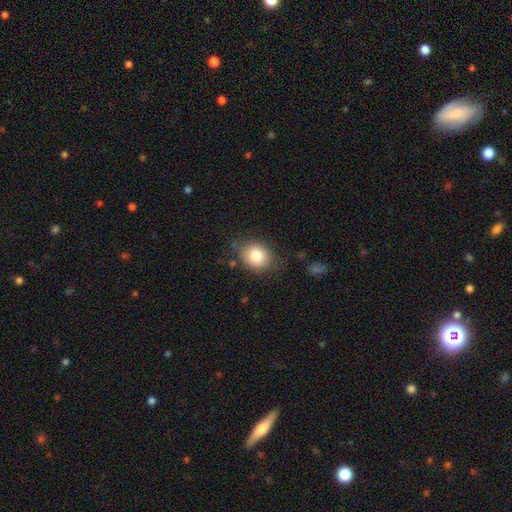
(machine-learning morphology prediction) Smooth or featured?
  - smooth: 82% *
  - featured or disk: 9%
  - star or artifact: 9%
How rounded?
  - round: 50% *
  - in between: 49%
  - cigar-shaped: 1%
Merging?
  - none: 76% *
  - minor disturbance: 17%
  - major disturbance: 5%
  - merger: 2%